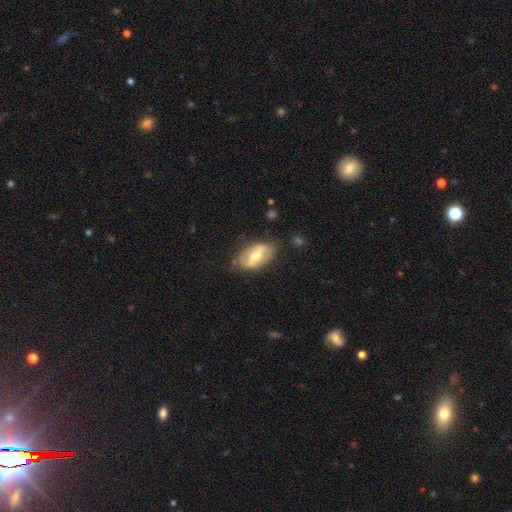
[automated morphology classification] Smooth or featured? featured or disk (54%)
Edge-on disk? no (87%)
Merging? none (71%)